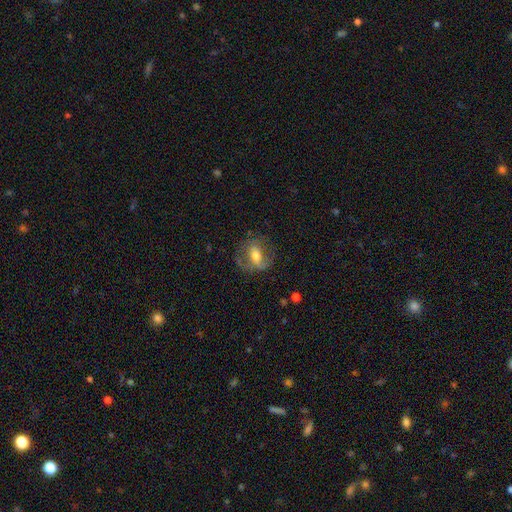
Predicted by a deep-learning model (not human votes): Smooth or featured? featured or disk (50%)
Edge-on disk? no (94%)
Merging? none (60%)